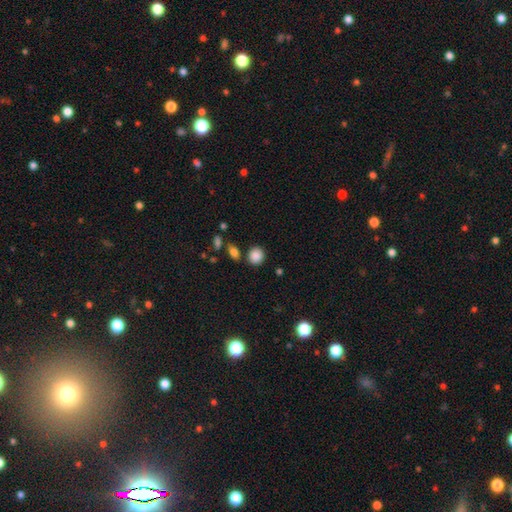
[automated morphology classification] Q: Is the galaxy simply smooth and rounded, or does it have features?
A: smooth — 87%.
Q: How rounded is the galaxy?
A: round — 80%.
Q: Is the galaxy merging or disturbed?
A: none — 81%.